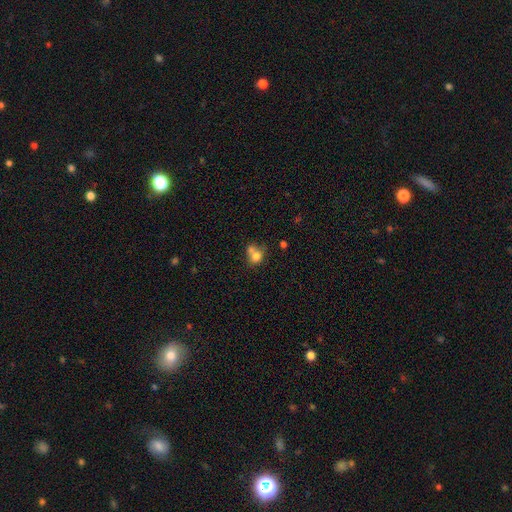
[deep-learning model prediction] Smooth or featured? Predicted: smooth (p=0.74). How rounded? Predicted: round (p=0.64). Merging? Predicted: merger (p=0.50).